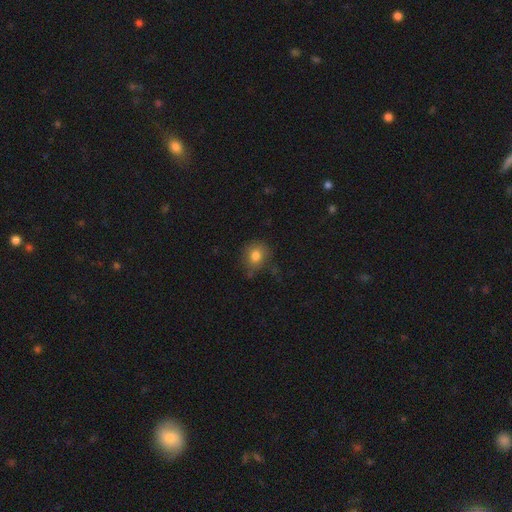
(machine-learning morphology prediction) This appears to be a smooth galaxy with no disk features (80%) that is round (73%). Merging: none (73%).